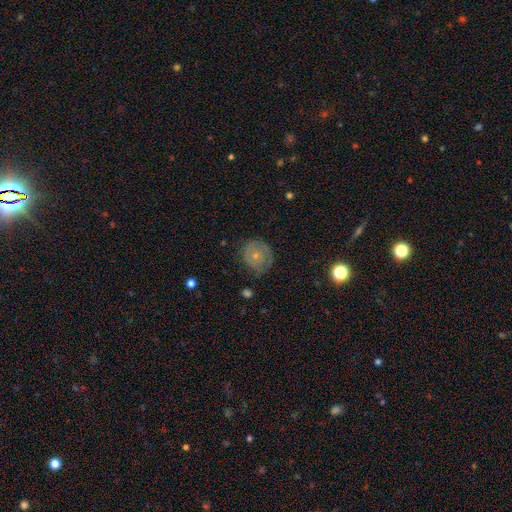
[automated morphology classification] Q: Smooth or featured?
A: featured or disk (46%); runner-up: smooth (45%)
Q: Merging?
A: none (67%); runner-up: minor disturbance (23%)